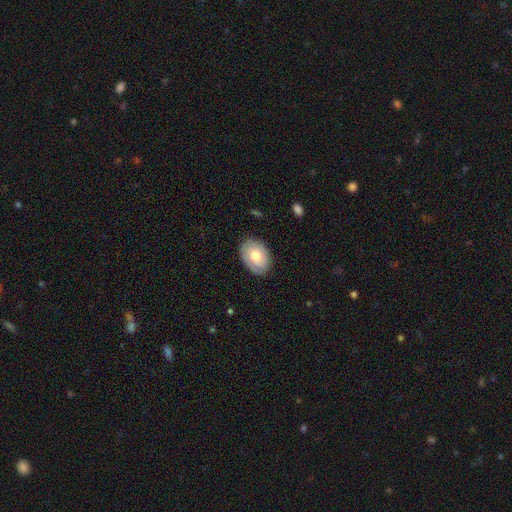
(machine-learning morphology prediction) The model was most divided on "smooth or featured": smooth: 68%, featured or disk: 26%, star or artifact: 6%. More confident: merging — none (84%); how rounded — in between (80%).